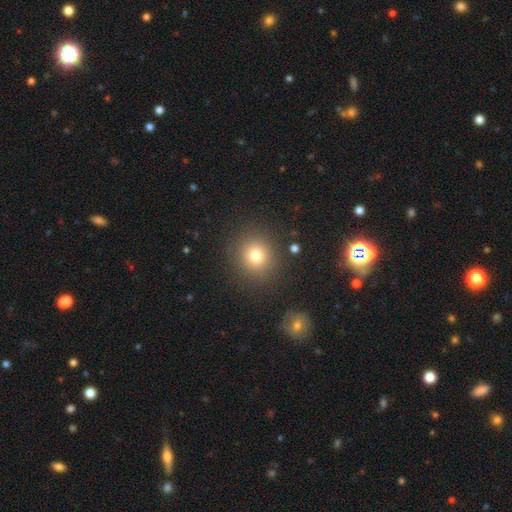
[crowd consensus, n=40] smooth_or_featured: smooth (p=0.82) [alt: featured or disk p=0.10]
how_rounded: round (p=0.85) [alt: in between p=0.15]
merging: none (p=0.86) [alt: major disturbance p=0.08]